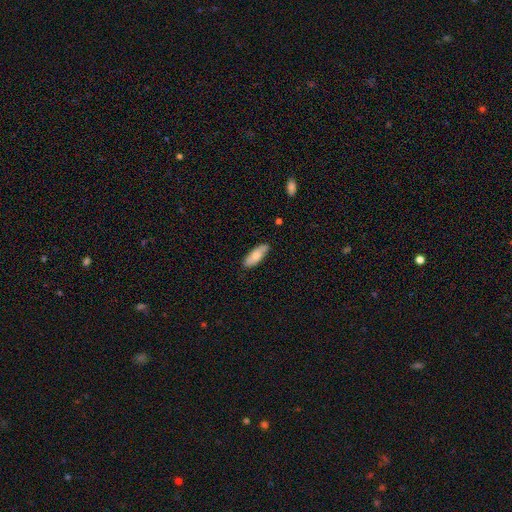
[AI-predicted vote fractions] Smooth or featured? Predicted: smooth (p=0.74). How rounded? Predicted: in between (p=0.68). Merging? Predicted: none (p=0.83).